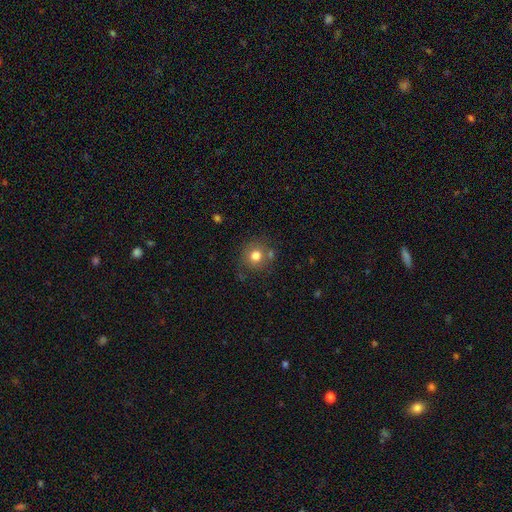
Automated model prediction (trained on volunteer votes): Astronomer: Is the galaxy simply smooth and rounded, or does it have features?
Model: smooth — 78%.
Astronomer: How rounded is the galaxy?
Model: round — 89%.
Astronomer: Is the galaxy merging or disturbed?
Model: none — 73%.